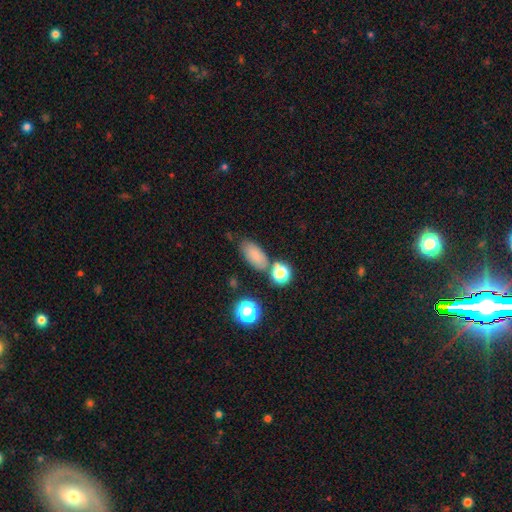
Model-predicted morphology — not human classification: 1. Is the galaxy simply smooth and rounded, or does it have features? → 79% smooth, 13% star or artifact, 8% featured or disk.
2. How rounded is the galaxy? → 85% in between, 8% cigar-shaped, 8% round.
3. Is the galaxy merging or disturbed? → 71% none, 13% minor disturbance, 12% merger, 4% major disturbance.